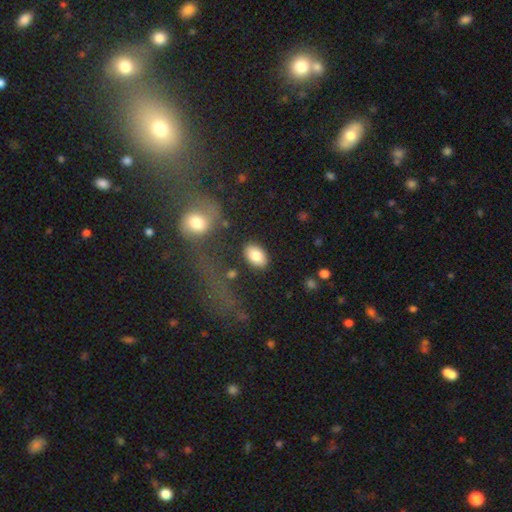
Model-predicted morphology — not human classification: type=smooth (83%); roundness=in between (89%); merging=none (84%).